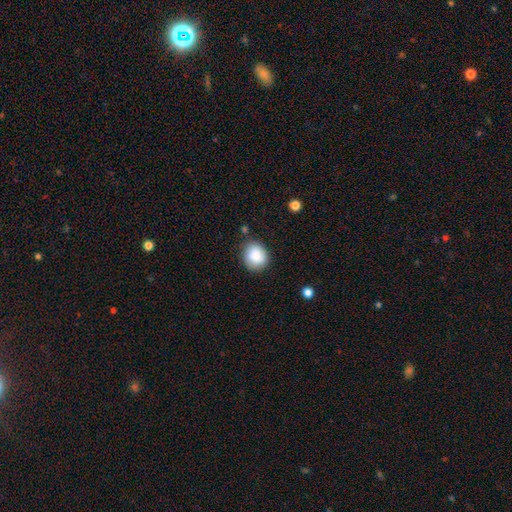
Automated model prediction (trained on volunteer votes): Smooth or featured: smooth — 87% (star or artifact — 8%)
How rounded: round — 74% (in between — 25%)
Merging: none — 82% (minor disturbance — 13%)